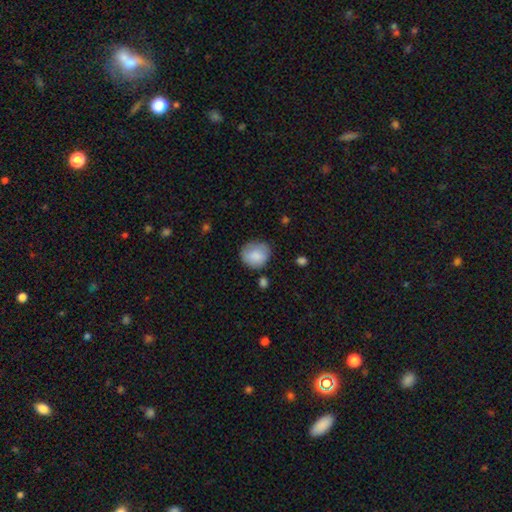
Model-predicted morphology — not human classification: type=smooth (85%); roundness=round (75%); merging=none (69%).